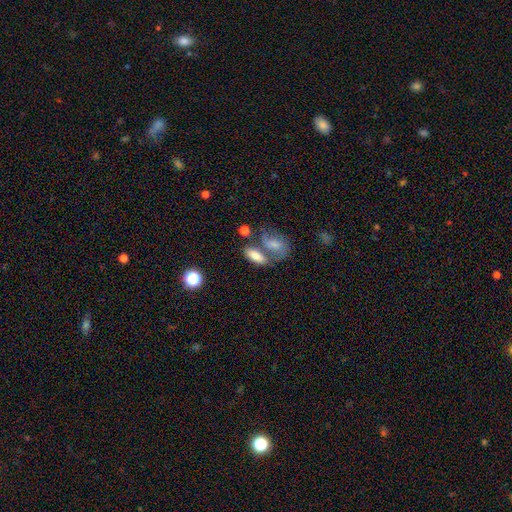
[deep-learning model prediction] Smooth or featured: smooth — 74% (featured or disk — 17%)
How rounded: in between — 80% (cigar-shaped — 15%)
Merging: none — 42% (merger — 38%)